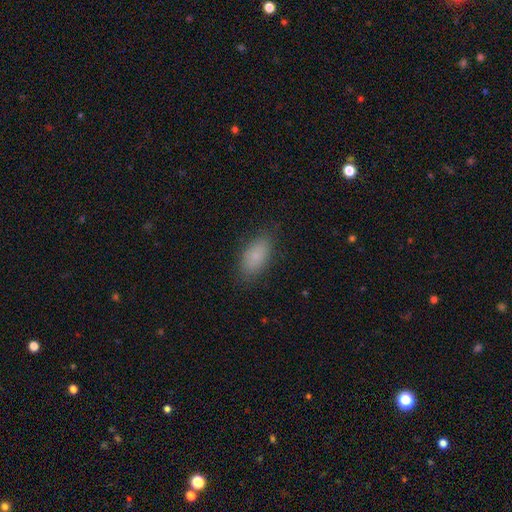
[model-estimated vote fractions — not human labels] A smooth galaxy with no disk features (83%) that is in between round and cigar-shaped (91%).

Vote fractions:
- Smooth or featured? smooth: 83% / featured or disk: 9% / star or artifact: 8%
- How rounded? in between: 91% / round: 5% / cigar-shaped: 4%
- Merging? none: 83% / minor disturbance: 12% / major disturbance: 4% / merger: 1%